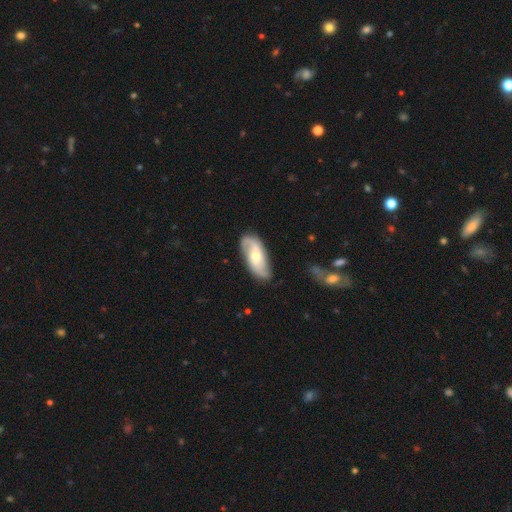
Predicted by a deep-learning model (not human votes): This appears to be a featured or disk galaxy (70%) with no bar (52%), 2 (84%) loose (46%) spiral arms (91%) and a moderate central bulge (53%). Merging: none (77%).